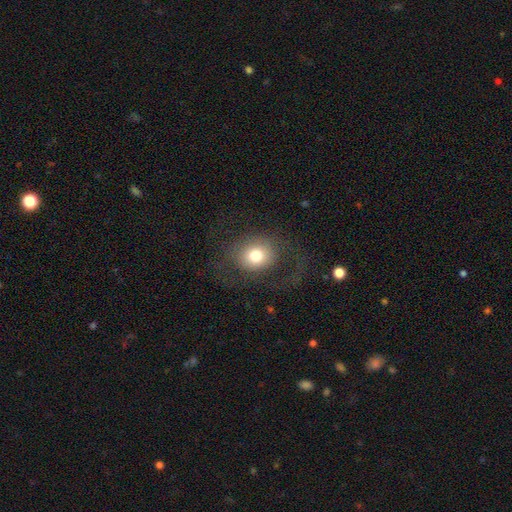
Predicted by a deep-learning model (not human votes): smooth 71%, featured or disk 19%, star or artifact 11%. Down the decision tree: how rounded — round (65%); merging — none (60%).